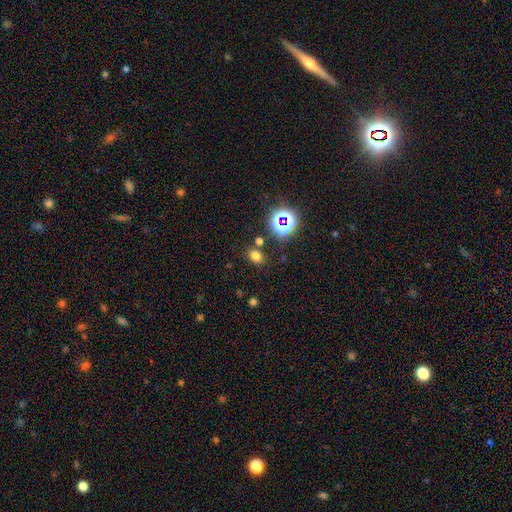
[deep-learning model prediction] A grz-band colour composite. It shows a smooth galaxy with no disk features (70%) that is in between round and cigar-shaped (61%). Merging: none (79%).